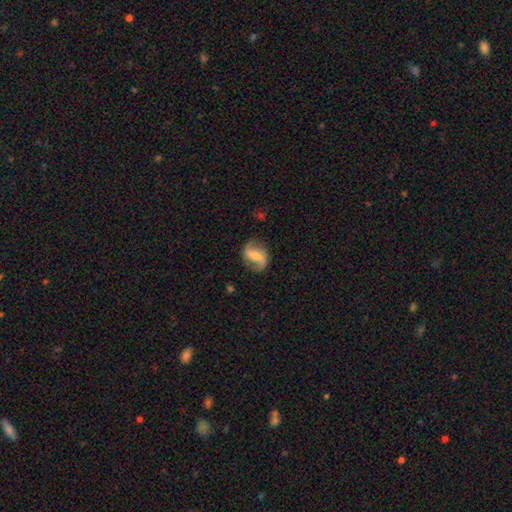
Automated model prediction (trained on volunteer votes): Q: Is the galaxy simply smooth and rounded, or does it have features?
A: featured or disk — 74%.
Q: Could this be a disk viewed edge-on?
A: no — 97%.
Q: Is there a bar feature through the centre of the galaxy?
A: weak — 40%.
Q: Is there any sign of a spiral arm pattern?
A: yes — 92%.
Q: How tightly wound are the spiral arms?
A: loose — 63%.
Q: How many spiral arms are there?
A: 2 — 91%.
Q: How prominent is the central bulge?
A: small — 41%.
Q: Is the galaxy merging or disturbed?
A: none — 78%.